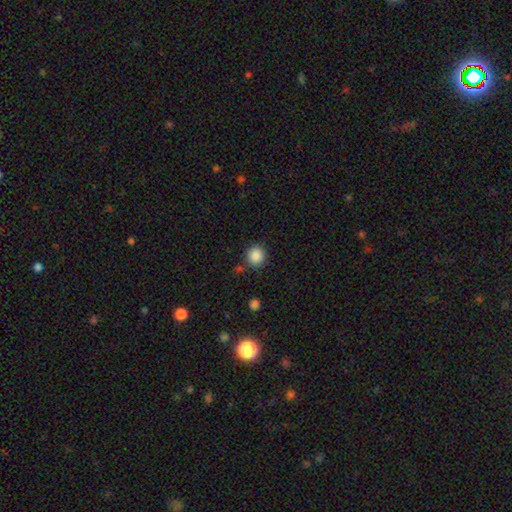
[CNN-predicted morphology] This is clearly a smooth galaxy (87%). How rounded: clearly round (92%). Merging: clearly none (85%).